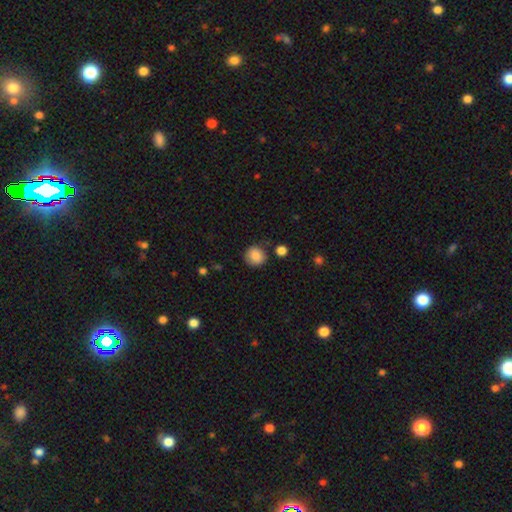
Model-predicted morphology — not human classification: This appears to be a smooth galaxy with no disk features (86%) that is round (90%). Merging: none (81%).